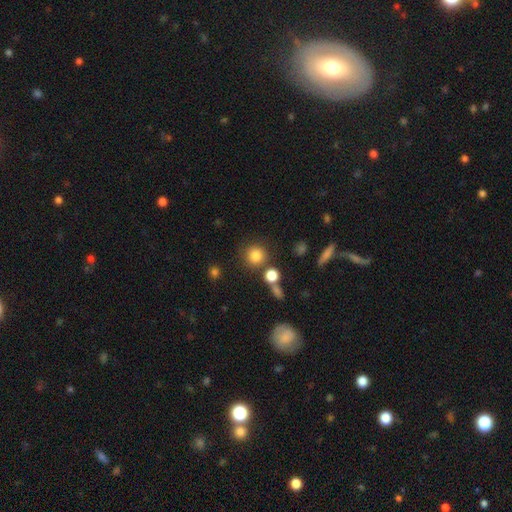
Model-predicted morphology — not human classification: Smooth or featured: smooth — 82% (star or artifact — 13%)
How rounded: round — 92% (in between — 7%)
Merging: none — 79% (merger — 9%)